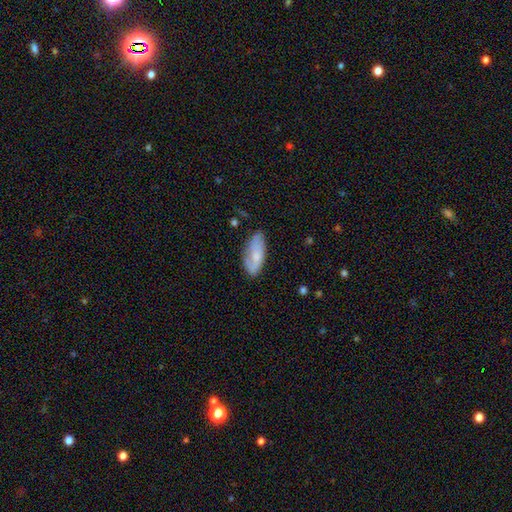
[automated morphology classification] A smooth galaxy with no disk features (60%) that is in between round and cigar-shaped (82%).

Vote fractions:
- Smooth or featured? smooth: 60% / featured or disk: 33% / star or artifact: 7%
- How rounded? in between: 82% / cigar-shaped: 16% / round: 2%
- Merging? none: 66% / minor disturbance: 24% / major disturbance: 7% / merger: 2%